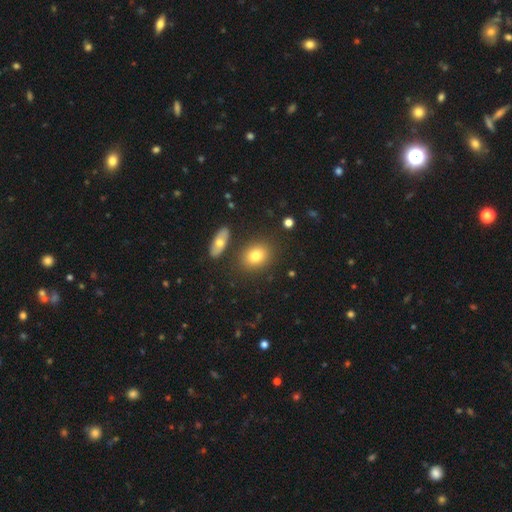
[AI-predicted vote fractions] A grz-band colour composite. It shows a smooth galaxy with no disk features (78%) that is in between round and cigar-shaped (63%). Merging: none (80%).